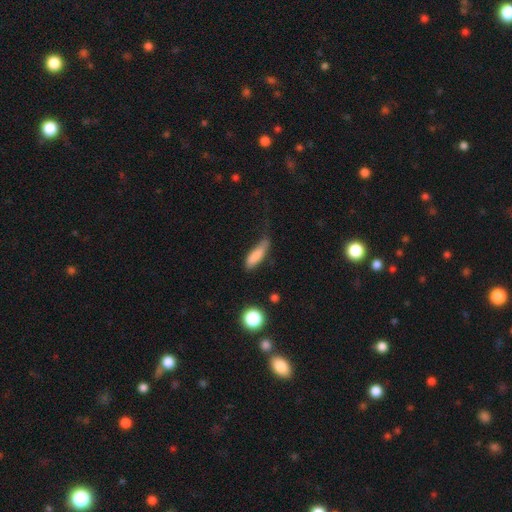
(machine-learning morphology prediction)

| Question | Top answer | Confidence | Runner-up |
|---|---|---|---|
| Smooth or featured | smooth | 82% | featured or disk (10%) |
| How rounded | cigar-shaped | 53% | in between (44%) |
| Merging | none | 45% | minor disturbance (38%) |